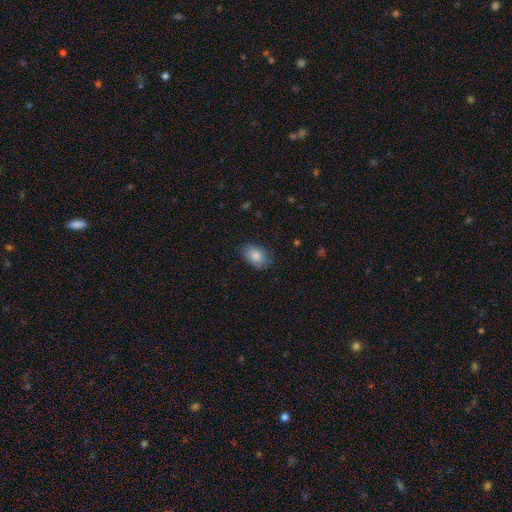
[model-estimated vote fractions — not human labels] smooth 84%, featured or disk 8%, star or artifact 8%. Down the decision tree: how rounded — in between (81%); merging — none (81%).